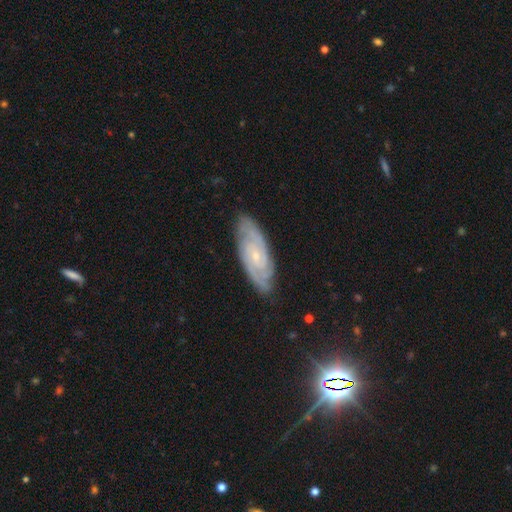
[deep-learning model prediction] Overall: featured or disk (85%). Edge-on disk: no (92%). Bar: no (62%; weak 31%). Spiral arms: yes (97%). Spiral arm count: 2 (50%; can't tell 19%). Spiral winding: tight (68%). Bulge size: small (78%). Merging: none (82%).